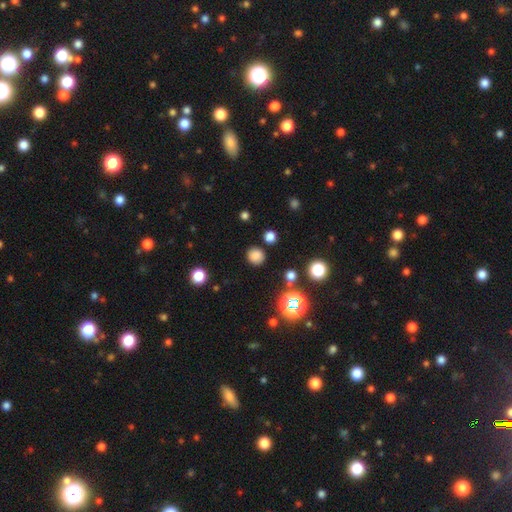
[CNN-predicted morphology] type=smooth (78%); roundness=round (87%); merging=none (85%).